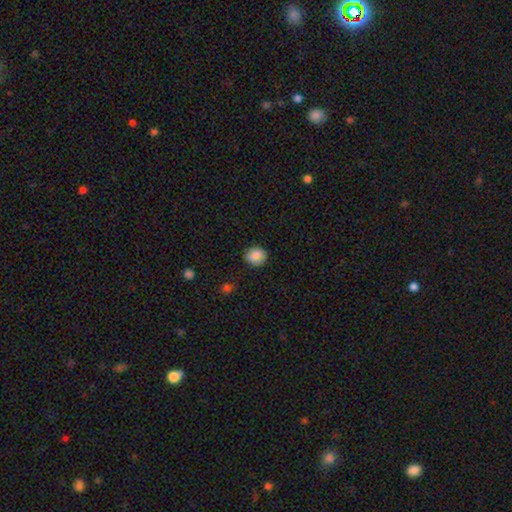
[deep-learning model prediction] smooth-or-featured: smooth: 85% | star or artifact: 9% | featured or disk: 6%
  how-rounded: round: 70% | in between: 29% | cigar-shaped: 1%
  merging: none: 81% | minor disturbance: 15% | major disturbance: 3% | merger: 1%